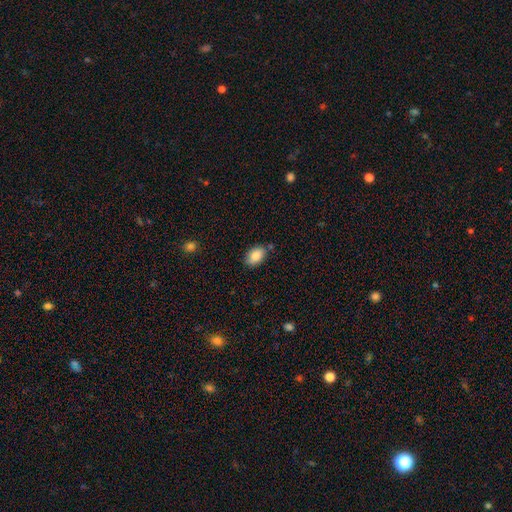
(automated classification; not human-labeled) Smooth or featured? Predicted: smooth (p=0.87). How rounded? Predicted: in between (p=0.90). Merging? Predicted: none (p=0.77).